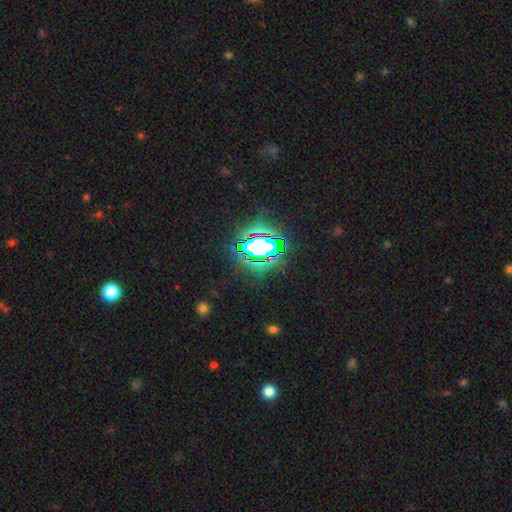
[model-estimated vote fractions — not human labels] smooth-or-featured: star or artifact: 81% | smooth: 12% | featured or disk: 7%